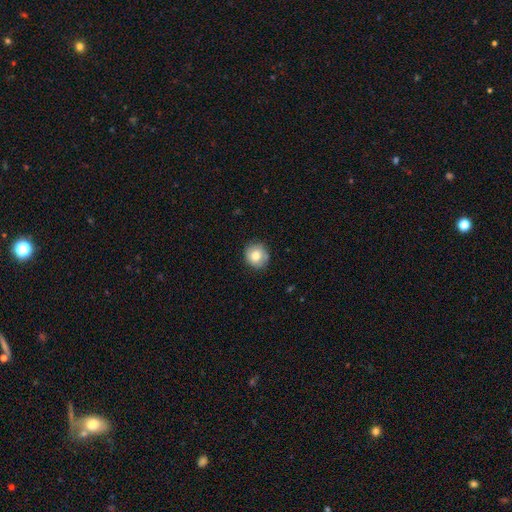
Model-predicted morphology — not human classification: Smooth or featured? Predicted: smooth (p=0.75). How rounded? Predicted: round (p=0.87). Merging? Predicted: none (p=0.81).